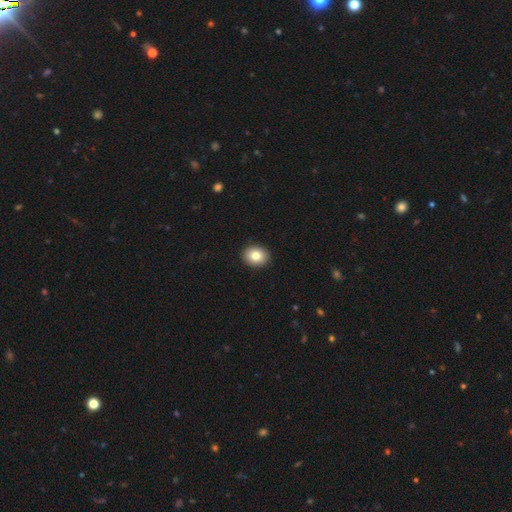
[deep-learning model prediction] smooth-or-featured: smooth: 82% | featured or disk: 9% | star or artifact: 9%
  how-rounded: in between: 53% | round: 46% | cigar-shaped: 1%
  merging: none: 92% | minor disturbance: 6% | major disturbance: 2% | merger: 1%